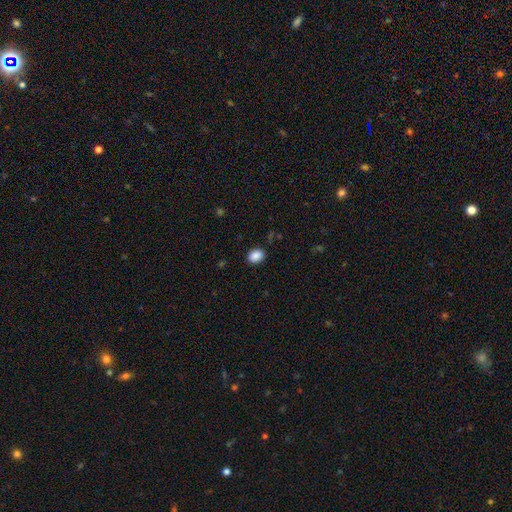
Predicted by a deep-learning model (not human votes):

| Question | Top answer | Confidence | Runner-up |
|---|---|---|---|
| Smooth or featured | smooth | 88% | star or artifact (8%) |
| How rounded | in between | 62% | round (37%) |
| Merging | none | 88% | minor disturbance (9%) |